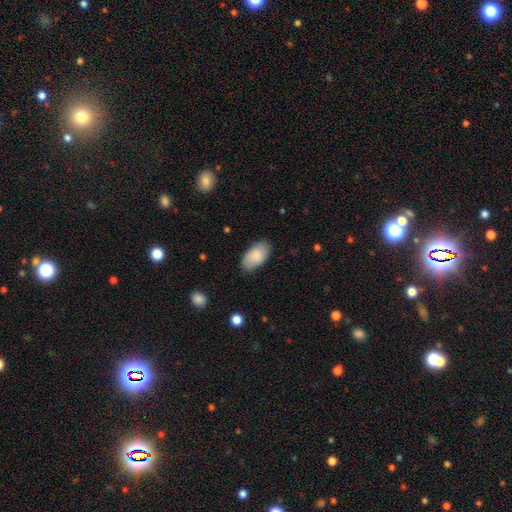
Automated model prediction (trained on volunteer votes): This is clearly a smooth galaxy (85%). How rounded: clearly in between (95%). Merging: clearly none (82%).